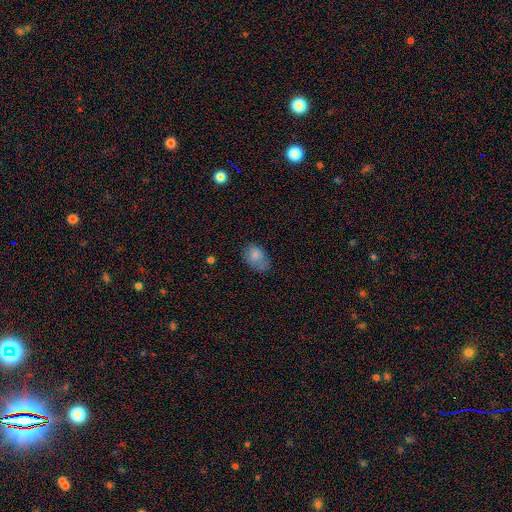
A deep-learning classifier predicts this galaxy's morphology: Smooth or featured? Predicted: smooth (p=0.81). How rounded? Predicted: in between (p=0.83). Merging? Predicted: none (p=0.56).